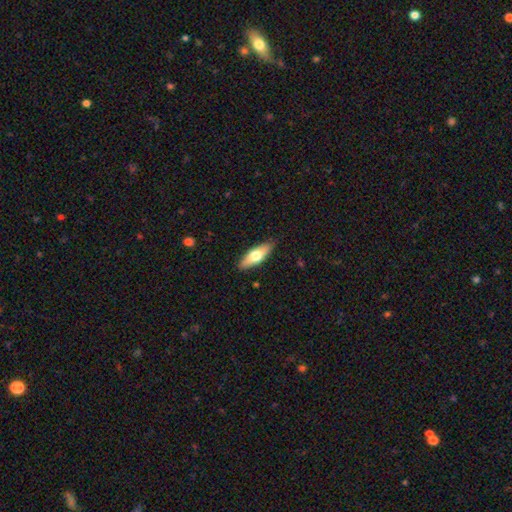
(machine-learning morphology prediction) Overall: smooth (62%; featured or disk 32%). How rounded: in between (63%; cigar-shaped 35%). Merging: none (88%).